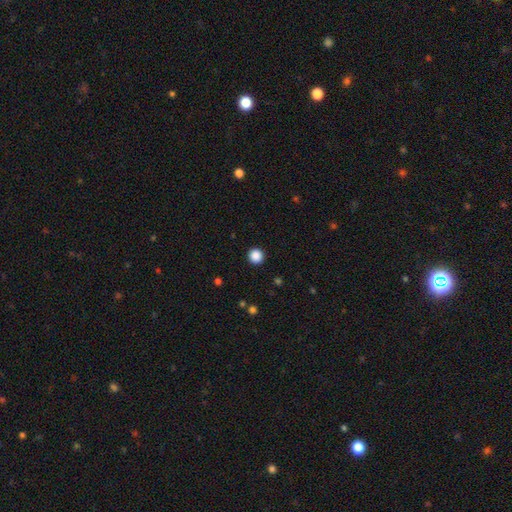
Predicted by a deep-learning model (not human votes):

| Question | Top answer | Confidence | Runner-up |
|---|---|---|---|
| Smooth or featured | smooth | 88% | star or artifact (10%) |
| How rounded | round | 95% | in between (4%) |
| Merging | none | 93% | minor disturbance (4%) |